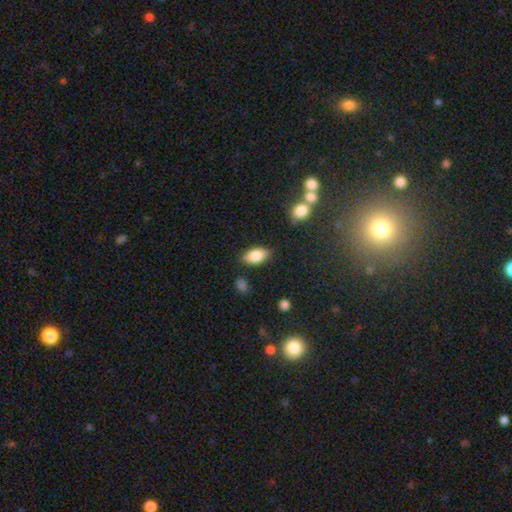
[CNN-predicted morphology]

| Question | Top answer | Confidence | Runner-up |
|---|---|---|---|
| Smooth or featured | smooth | 84% | featured or disk (8%) |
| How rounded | in between | 93% | round (4%) |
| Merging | none | 83% | minor disturbance (12%) |